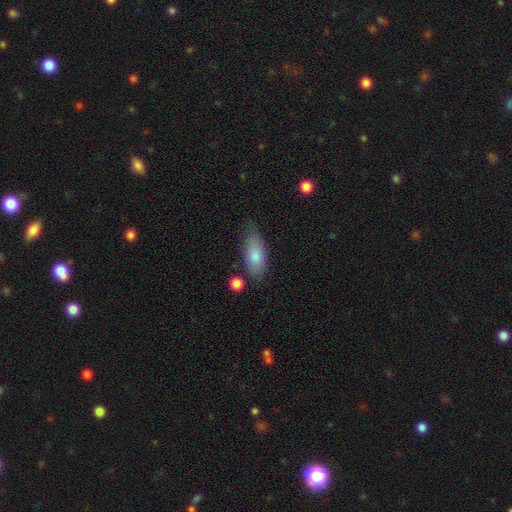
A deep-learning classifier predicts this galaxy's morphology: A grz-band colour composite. It shows a smooth galaxy with no disk features (75%) that is in between round and cigar-shaped (76%). Merging: none (70%).